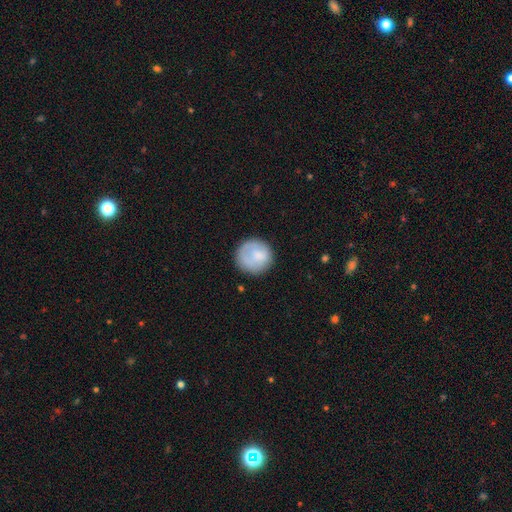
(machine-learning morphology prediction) Smooth or featured? smooth (77%)
How rounded? round (92%)
Merging? none (76%)